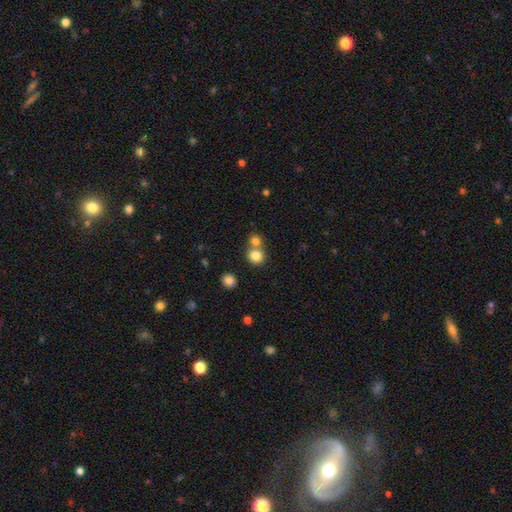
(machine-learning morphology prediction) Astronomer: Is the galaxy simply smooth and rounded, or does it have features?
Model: smooth — 81%.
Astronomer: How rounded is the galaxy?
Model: round — 84%.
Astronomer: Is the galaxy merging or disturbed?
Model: none — 52% (runner-up: merger, 39%).